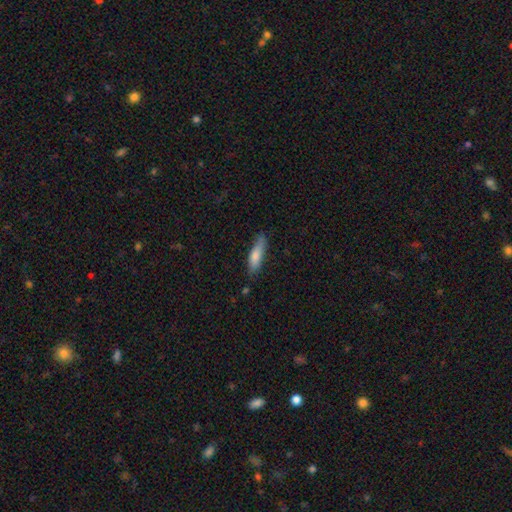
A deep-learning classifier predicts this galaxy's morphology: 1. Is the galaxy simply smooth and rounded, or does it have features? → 77% smooth, 17% featured or disk, 6% star or artifact.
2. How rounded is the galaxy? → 67% cigar-shaped, 31% in between, 2% round.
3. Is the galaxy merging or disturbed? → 74% none, 21% minor disturbance, 4% major disturbance, 2% merger.